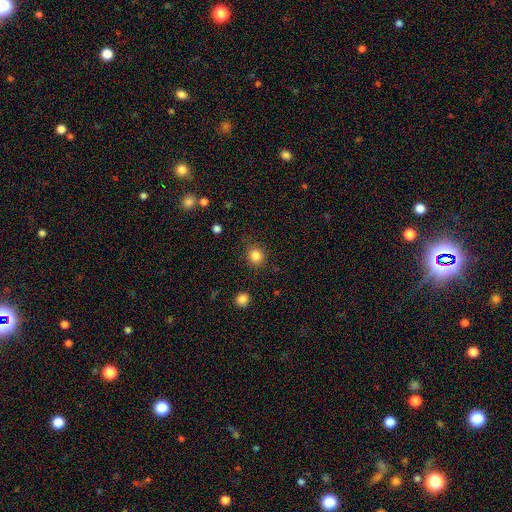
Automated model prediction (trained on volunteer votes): smooth 84%, star or artifact 11%, featured or disk 4%. Down the decision tree: how rounded — round (86%); merging — none (85%).